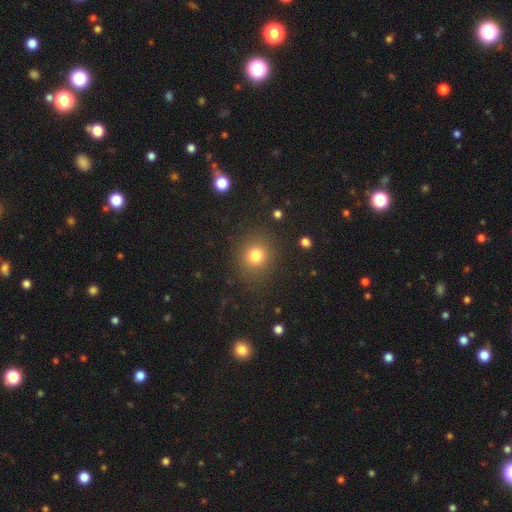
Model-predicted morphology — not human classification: Smooth or featured? smooth (79%)
How rounded? round (87%)
Merging? none (86%)